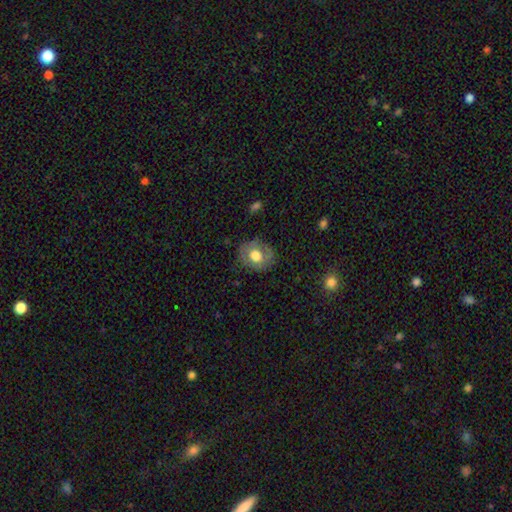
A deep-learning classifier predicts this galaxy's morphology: Smooth or featured?
  - smooth: 53% *
  - featured or disk: 40%
  - star or artifact: 8%
How rounded?
  - round: 64% *
  - in between: 35%
  - cigar-shaped: 1%
Merging?
  - none: 74% *
  - minor disturbance: 18%
  - major disturbance: 6%
  - merger: 1%